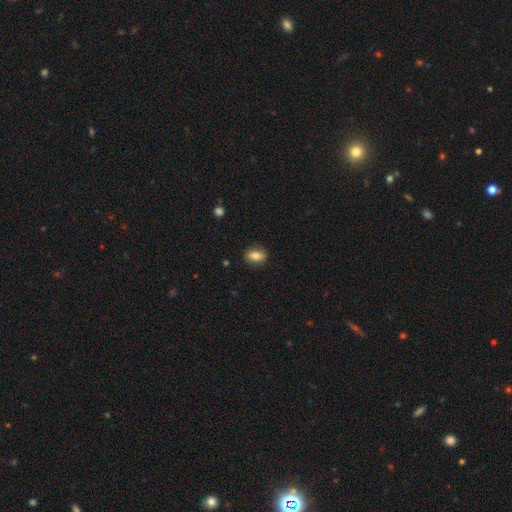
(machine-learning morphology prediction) smooth_or_featured: smooth (p=0.78) [alt: featured or disk p=0.14]
how_rounded: in between (p=0.76) [alt: round p=0.20]
merging: none (p=0.87) [alt: minor disturbance p=0.10]